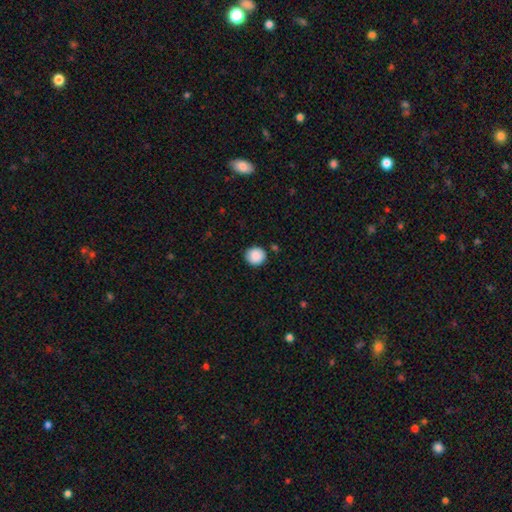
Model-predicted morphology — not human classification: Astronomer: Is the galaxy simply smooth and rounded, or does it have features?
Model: smooth — 88%.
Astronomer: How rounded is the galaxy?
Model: round — 90%.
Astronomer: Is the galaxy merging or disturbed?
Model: none — 86%.